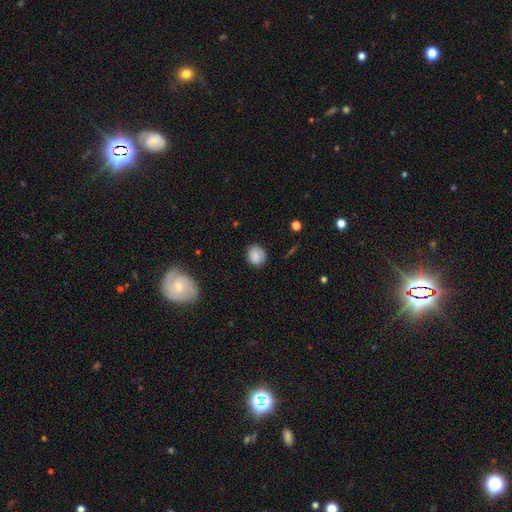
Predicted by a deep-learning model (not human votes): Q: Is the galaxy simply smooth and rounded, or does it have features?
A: smooth — 86%.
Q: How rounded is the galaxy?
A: round — 71%.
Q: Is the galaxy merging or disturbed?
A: none — 82%.